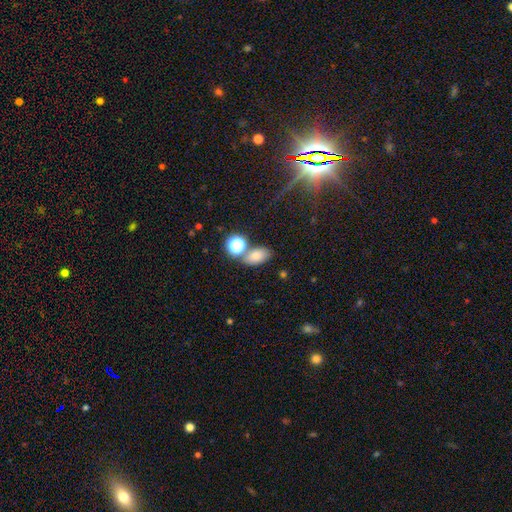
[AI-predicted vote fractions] This appears to be a smooth galaxy with no disk features (75%) that is in between round and cigar-shaped (82%). Merging: none (68%).